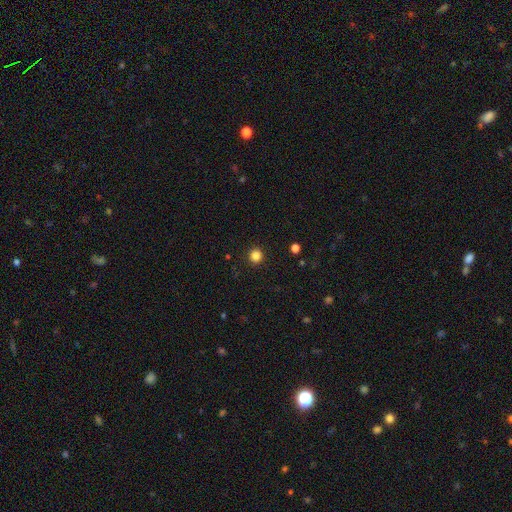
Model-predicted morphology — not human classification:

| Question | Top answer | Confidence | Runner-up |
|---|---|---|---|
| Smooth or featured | smooth | 85% | star or artifact (12%) |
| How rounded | round | 94% | in between (5%) |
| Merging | none | 93% | minor disturbance (4%) |